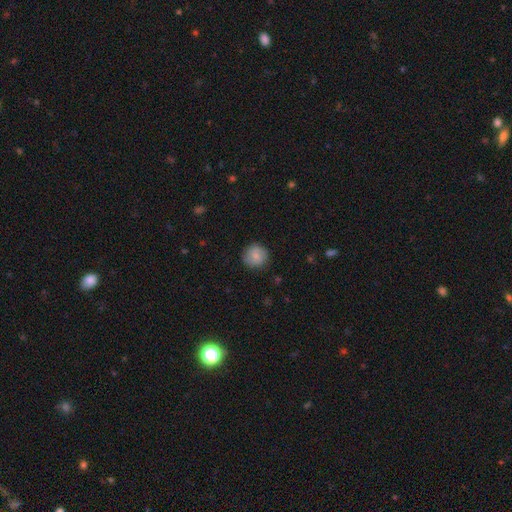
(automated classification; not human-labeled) This is likely a smooth galaxy (79%). How rounded: clearly round (91%). Merging: clearly none (86%).